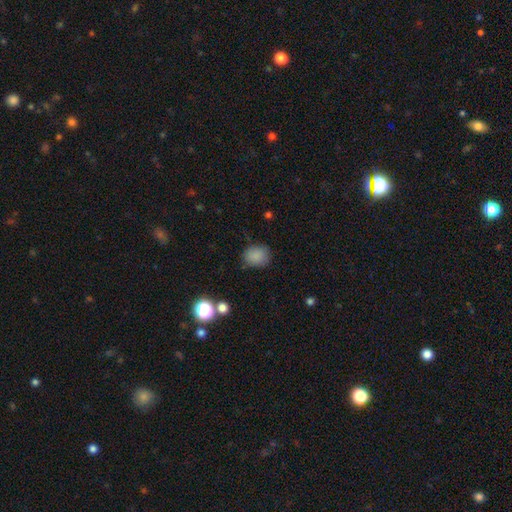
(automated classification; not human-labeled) A smooth galaxy with no disk features (85%) that is round (59%).

Vote fractions:
- Smooth or featured? smooth: 85% / star or artifact: 10% / featured or disk: 4%
- How rounded? round: 59% / in between: 40% / cigar-shaped: 1%
- Merging? none: 80% / minor disturbance: 15% / major disturbance: 4% / merger: 2%